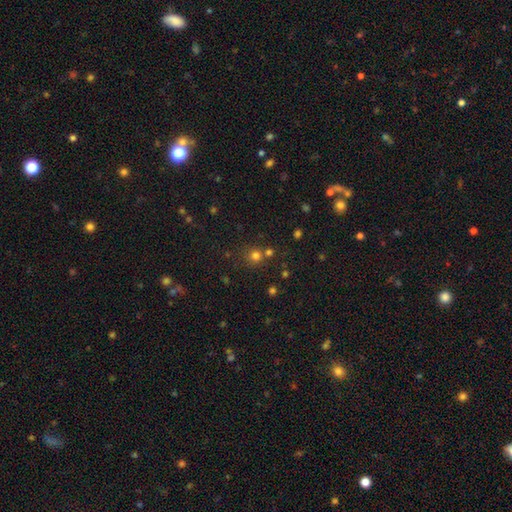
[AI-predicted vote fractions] Morphology: type=smooth (73%); roundness=round (90%); merging=none (68%).